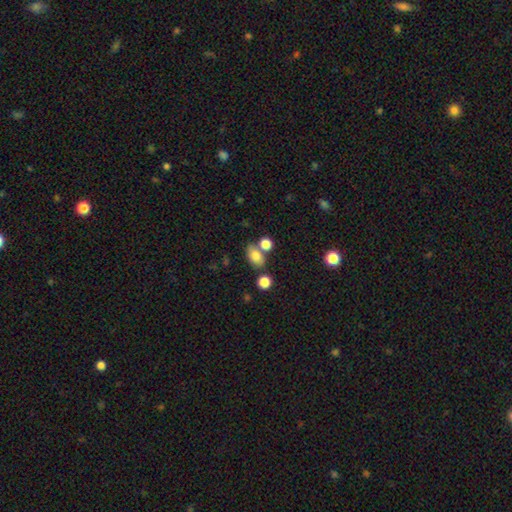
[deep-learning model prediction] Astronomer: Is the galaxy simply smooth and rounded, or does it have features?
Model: smooth — 79%.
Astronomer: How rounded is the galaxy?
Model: in between — 76%.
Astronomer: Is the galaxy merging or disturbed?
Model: none — 60%.